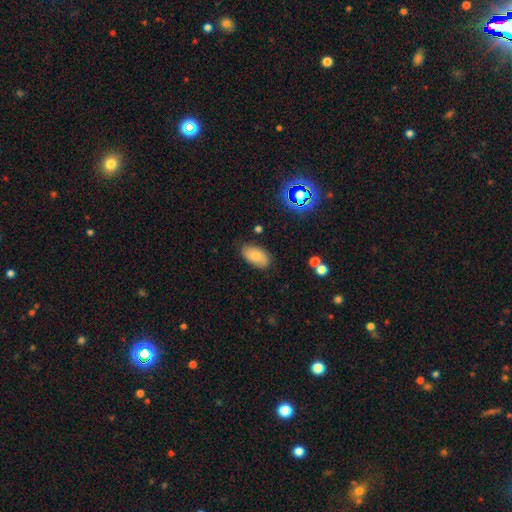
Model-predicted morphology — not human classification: smooth 69%, featured or disk 22%, star or artifact 9%. Down the decision tree: how rounded — in between (94%); merging — none (80%).